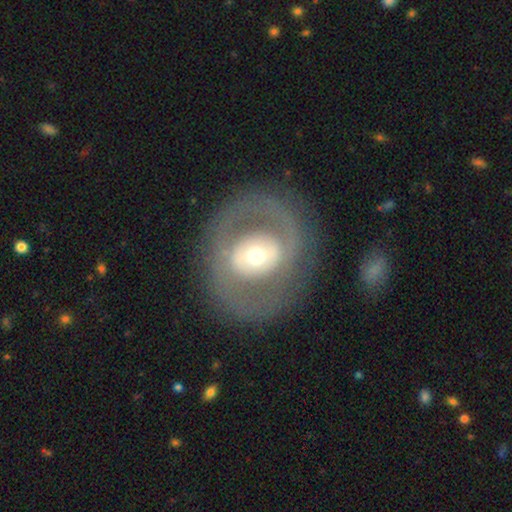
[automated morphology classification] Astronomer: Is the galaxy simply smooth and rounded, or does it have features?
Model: featured or disk — 66%.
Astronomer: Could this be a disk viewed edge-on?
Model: no — 95%.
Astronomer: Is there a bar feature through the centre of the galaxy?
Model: no — 65%.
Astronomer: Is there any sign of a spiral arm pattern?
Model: no — 70%.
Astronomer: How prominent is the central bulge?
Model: moderate — 58%.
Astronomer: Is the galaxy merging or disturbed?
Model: none — 78%.